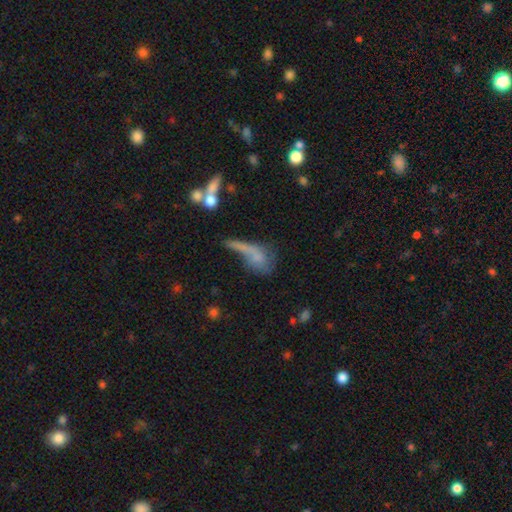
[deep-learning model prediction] Smooth or featured? smooth (58%)
How rounded? in between (54%)
Merging? major disturbance (34%)